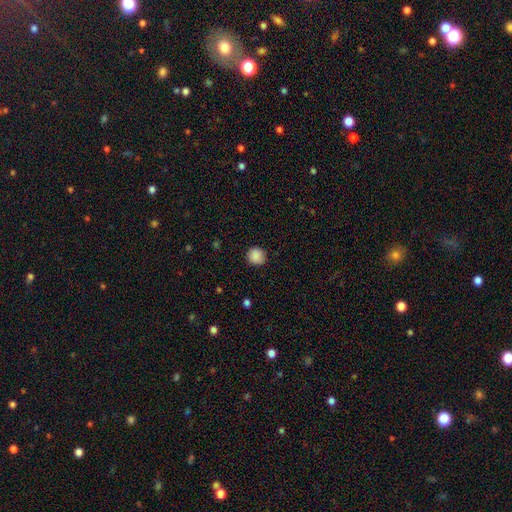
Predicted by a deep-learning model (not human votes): The model was most divided on "merging": none: 88%, minor disturbance: 9%, major disturbance: 2%, merger: 1%. More confident: how rounded — round (90%); smooth or featured — smooth (88%).